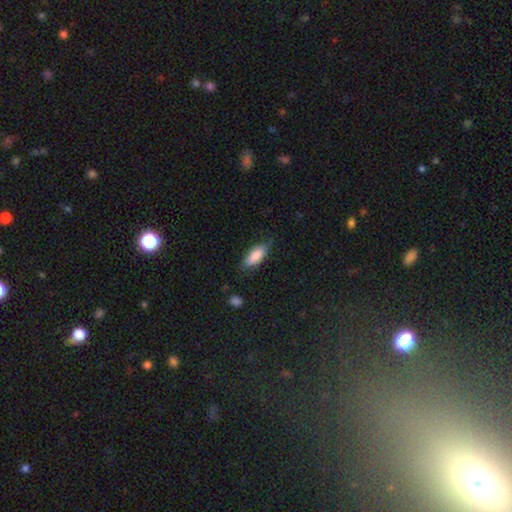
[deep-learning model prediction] Smooth or featured: smooth — 84% (featured or disk — 10%)
How rounded: in between — 79% (cigar-shaped — 19%)
Merging: none — 74% (minor disturbance — 20%)